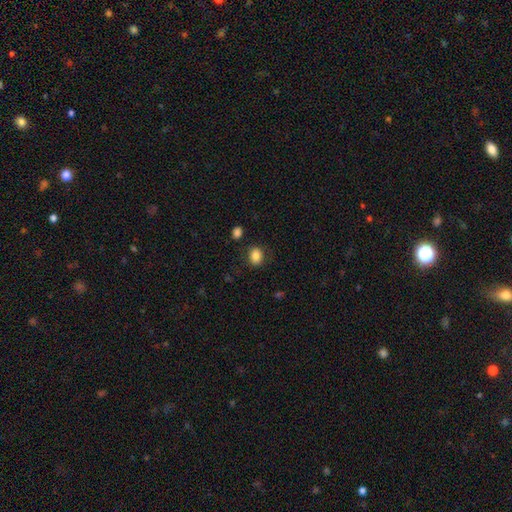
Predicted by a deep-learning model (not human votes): smooth_or_featured: smooth (p=0.85) [alt: star or artifact p=0.09]
how_rounded: in between (p=0.55) [alt: round p=0.44]
merging: none (p=0.80) [alt: minor disturbance p=0.12]